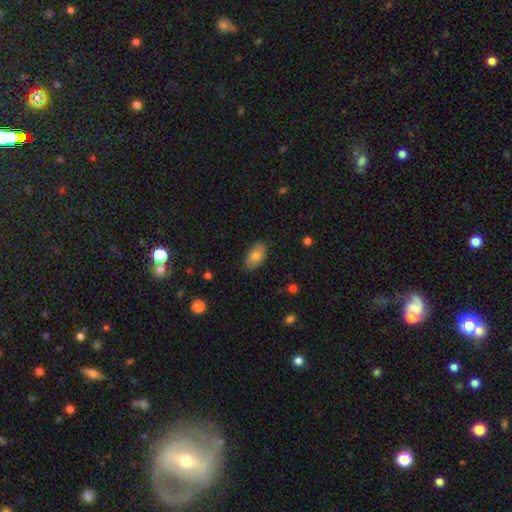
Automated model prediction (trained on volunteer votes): This appears to be a smooth galaxy with no disk features (80%) that is in between round and cigar-shaped (93%). Merging: none (85%).